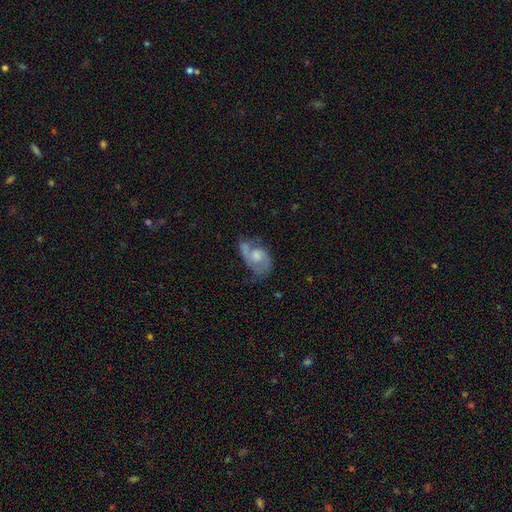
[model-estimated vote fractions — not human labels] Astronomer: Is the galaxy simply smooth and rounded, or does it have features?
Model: featured or disk — 74%.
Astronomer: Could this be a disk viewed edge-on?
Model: no — 97%.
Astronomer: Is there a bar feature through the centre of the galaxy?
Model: no — 61%.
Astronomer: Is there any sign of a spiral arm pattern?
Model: yes — 90%.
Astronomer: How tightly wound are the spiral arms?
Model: medium — 49% (runner-up: loose, 30%).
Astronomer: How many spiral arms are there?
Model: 2 — 81%.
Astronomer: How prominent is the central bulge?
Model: moderate — 41% (runner-up: small, 25%).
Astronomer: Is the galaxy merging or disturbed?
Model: none — 47% (runner-up: minor disturbance, 27%).